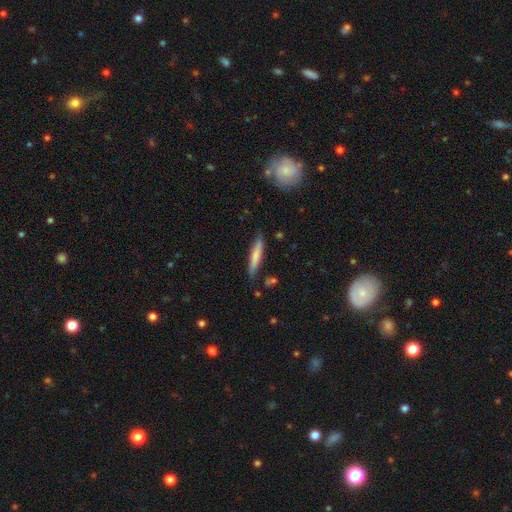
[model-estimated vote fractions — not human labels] Morphology: type=smooth (72%); roundness=cigar-shaped (90%); merging=none (82%).